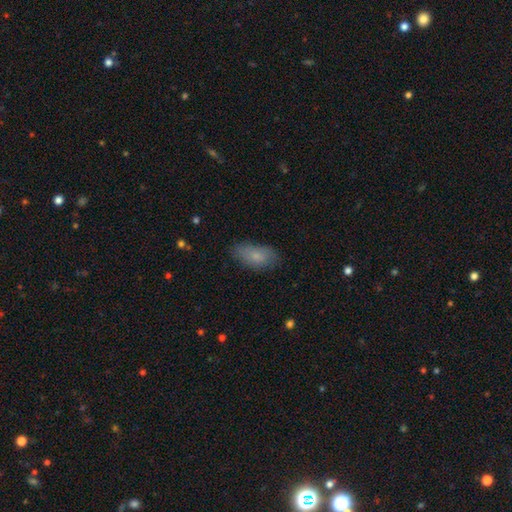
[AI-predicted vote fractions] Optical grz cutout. It shows a smooth galaxy with no disk features (80%) that is in between round and cigar-shaped (89%). Merging: none (75%).